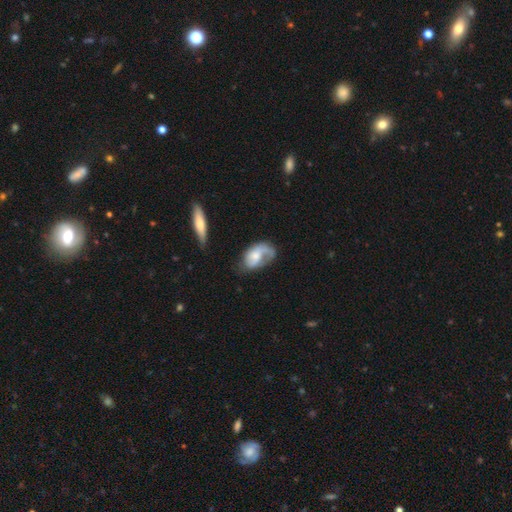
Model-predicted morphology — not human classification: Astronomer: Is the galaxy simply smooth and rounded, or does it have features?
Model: featured or disk — 49% (runner-up: smooth, 45%).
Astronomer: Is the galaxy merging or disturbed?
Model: none — 34% (runner-up: major disturbance, 32%).